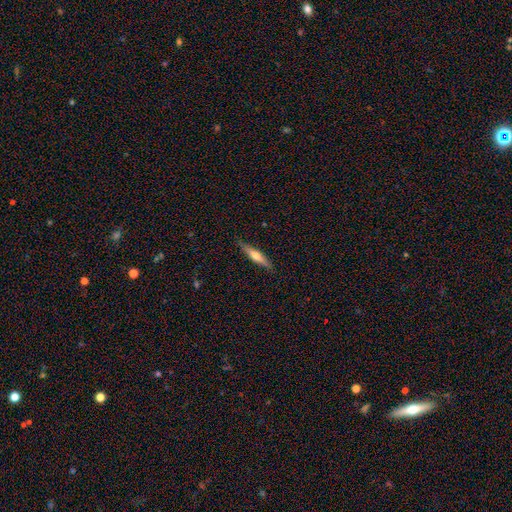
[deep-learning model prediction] This appears to be a featured or disk galaxy (48%). Merging: none (87%).